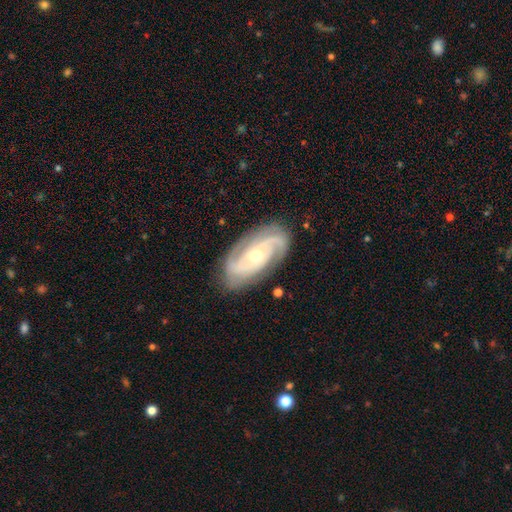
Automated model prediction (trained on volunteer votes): This is clearly a featured or disk galaxy (89%). It is clearly not viewed edge-on (95%). Bar: possibly no (58%). Spiral arm pattern: clearly yes (97%). Spiral arm count: marginally 2 (44%). Spiral winding: possibly tight (53%). Central bulge: possibly moderate (53%). Merging: clearly none (81%).